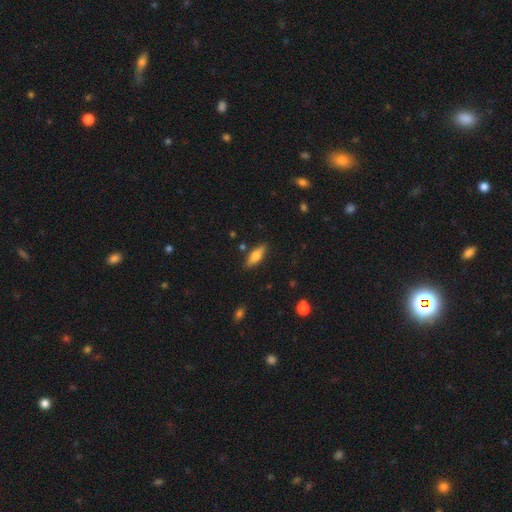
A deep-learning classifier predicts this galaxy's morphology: type=smooth (64%); roundness=in between (60%); merging=none (85%).